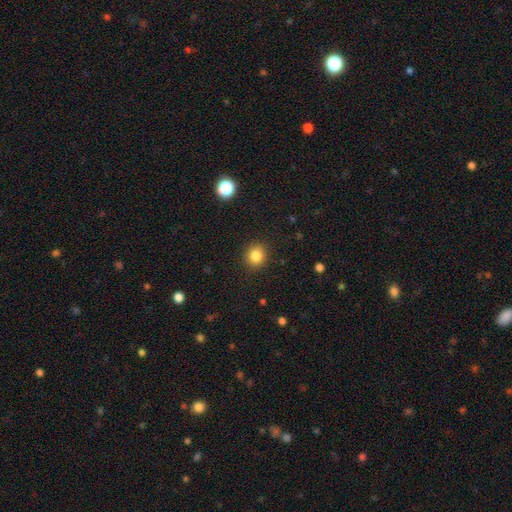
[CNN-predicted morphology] smooth_or_featured: smooth (p=0.84) [alt: star or artifact p=0.11]
how_rounded: round (p=0.85) [alt: in between p=0.14]
merging: none (p=0.90) [alt: minor disturbance p=0.07]